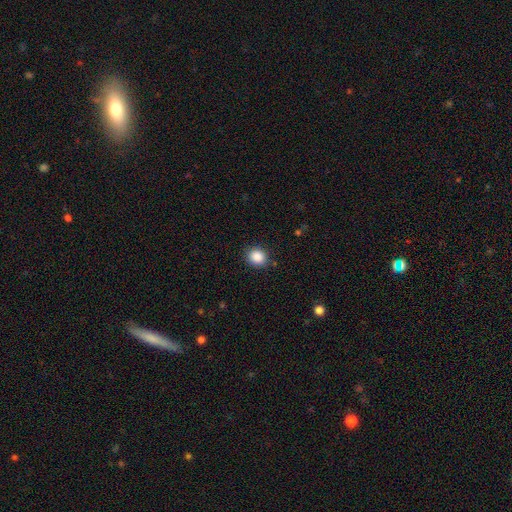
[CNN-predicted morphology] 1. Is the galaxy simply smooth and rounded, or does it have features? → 87% smooth, 9% star or artifact, 4% featured or disk.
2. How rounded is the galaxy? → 76% round, 23% in between, 1% cigar-shaped.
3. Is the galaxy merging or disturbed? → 88% none, 8% minor disturbance, 2% major disturbance, 1% merger.